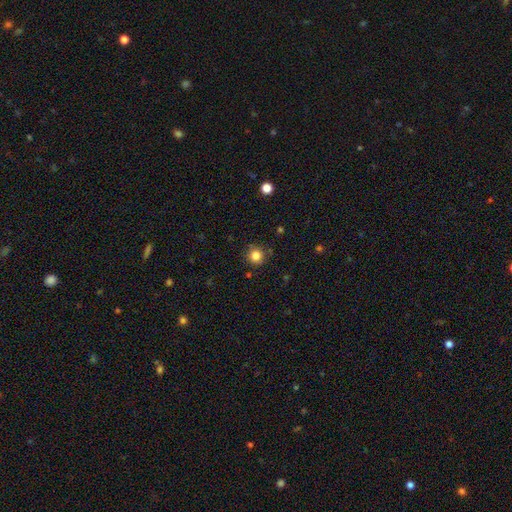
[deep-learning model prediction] Smooth or featured? Predicted: smooth (p=0.83). How rounded? Predicted: round (p=0.94). Merging? Predicted: none (p=0.87).